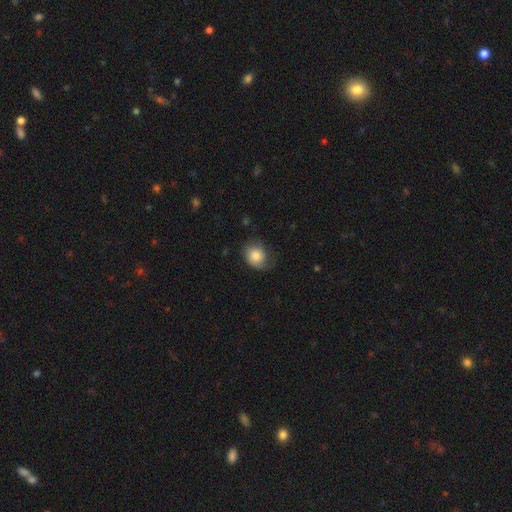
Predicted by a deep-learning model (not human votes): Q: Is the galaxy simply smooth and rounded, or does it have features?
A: smooth — 76%.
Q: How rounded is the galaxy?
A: round — 56%.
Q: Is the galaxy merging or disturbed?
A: none — 57%.